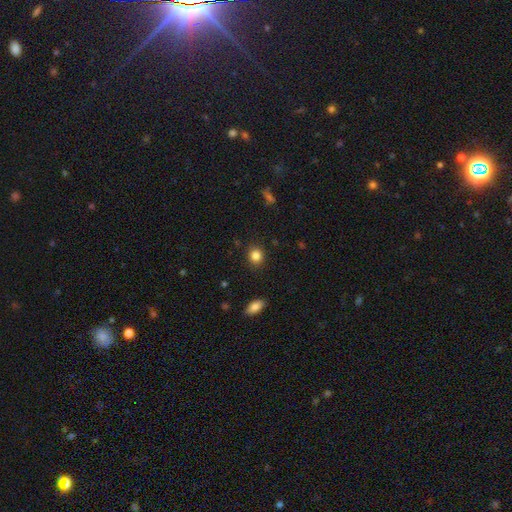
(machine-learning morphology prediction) The model was most divided on "how rounded": round: 77%, in between: 22%, cigar-shaped: 1%. More confident: merging — none (90%); smooth or featured — smooth (85%).